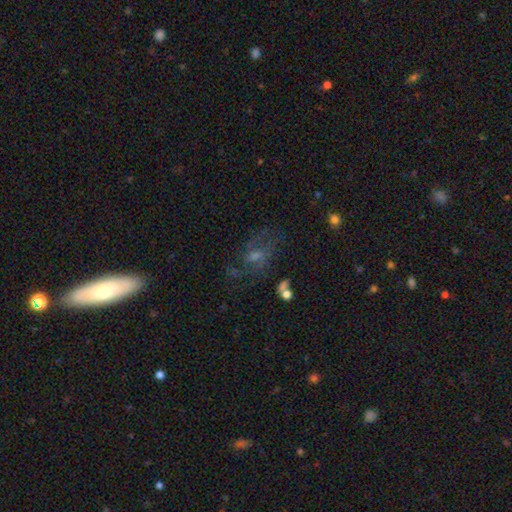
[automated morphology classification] This is possibly a featured or disk galaxy (52%). It is clearly not viewed edge-on (95%). Merging: possibly none (56%).